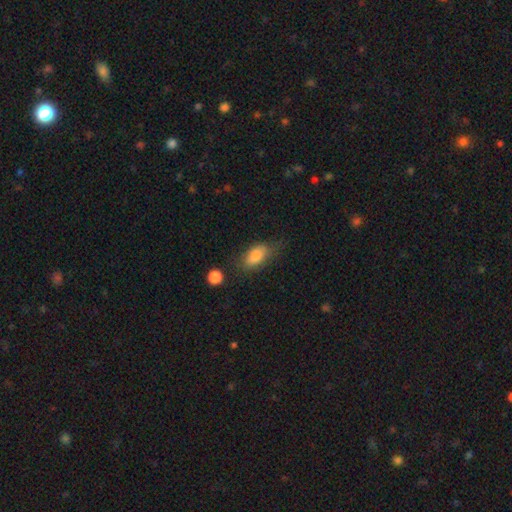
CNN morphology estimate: Smooth or featured: smooth — 83% (featured or disk — 8%)
How rounded: in between — 88% (cigar-shaped — 6%)
Merging: none — 62% (minor disturbance — 25%)